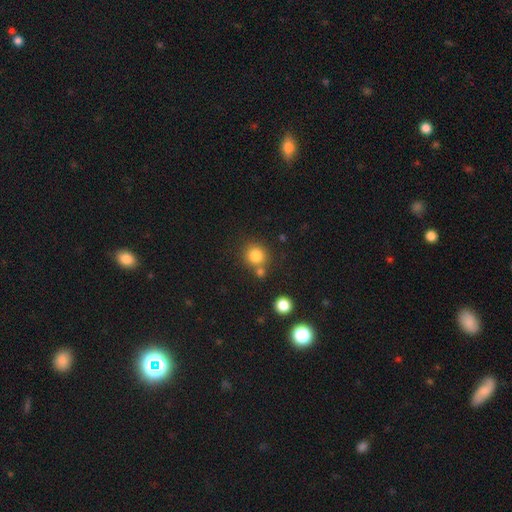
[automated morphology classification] Smooth or featured? Predicted: smooth (p=0.82). How rounded? Predicted: round (p=0.90). Merging? Predicted: none (p=0.68).